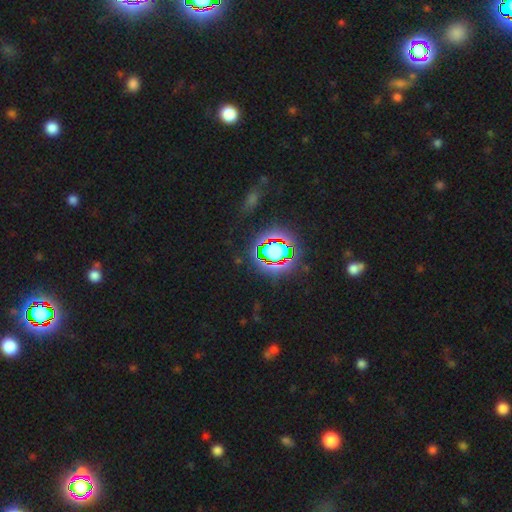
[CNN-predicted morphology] A star or artifact, not a galaxy (79%).

Vote fractions:
- Smooth or featured? star or artifact: 79% / smooth: 12% / featured or disk: 8%